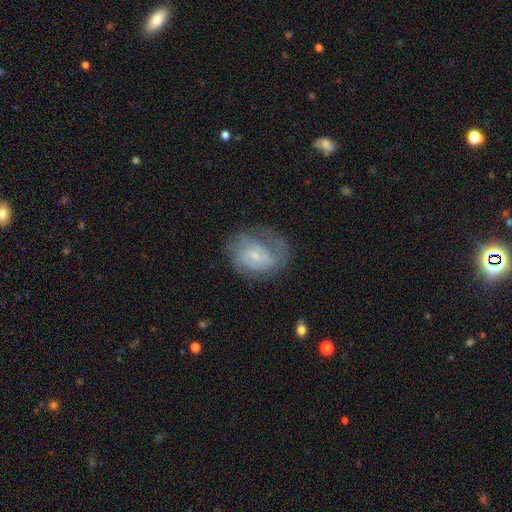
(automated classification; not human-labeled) smooth_or_featured: featured or disk (p=0.66) [alt: smooth p=0.26]
disk_edge_on: no (p=0.97) [alt: yes p=0.03]
bar: no (p=0.56) [alt: weak p=0.38]
has_spiral_arms: yes (p=0.81) [alt: no p=0.19]
spiral_winding: medium (p=0.41) [alt: tight p=0.40]
spiral_arm_count: can't tell (p=0.38) [alt: 2 p=0.36]
bulge_size: small (p=0.71) [alt: moderate p=0.19]
merging: none (p=0.52) [alt: minor disturbance p=0.25]